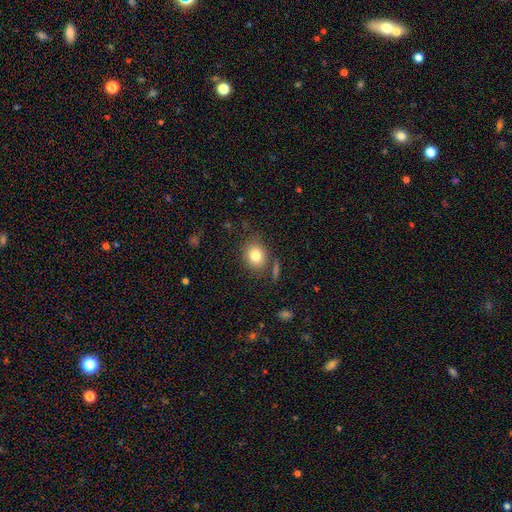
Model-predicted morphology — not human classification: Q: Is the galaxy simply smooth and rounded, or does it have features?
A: smooth — 80%.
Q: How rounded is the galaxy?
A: round — 60%.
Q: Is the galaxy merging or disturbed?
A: none — 78%.